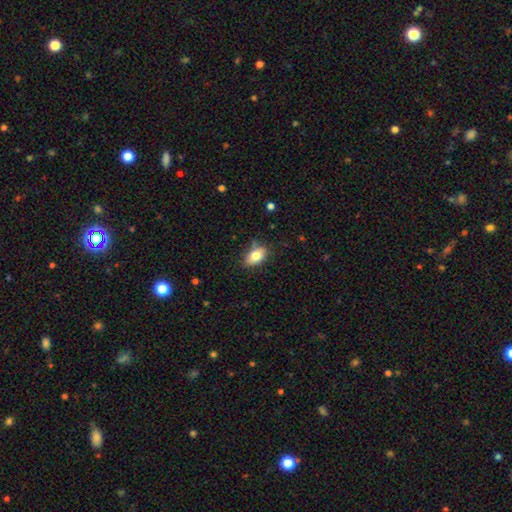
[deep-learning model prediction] Smooth or featured?
  - smooth: 77% *
  - featured or disk: 15%
  - star or artifact: 8%
How rounded?
  - in between: 86% *
  - round: 11%
  - cigar-shaped: 3%
Merging?
  - none: 68% *
  - minor disturbance: 24%
  - major disturbance: 5%
  - merger: 3%